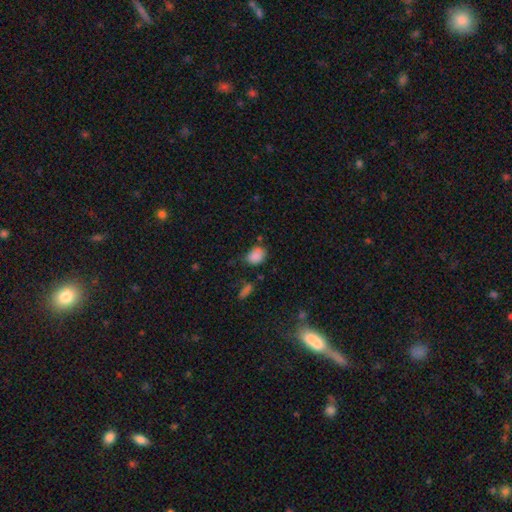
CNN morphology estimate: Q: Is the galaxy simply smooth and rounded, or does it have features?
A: smooth — 86%.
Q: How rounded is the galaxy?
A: in between — 69%.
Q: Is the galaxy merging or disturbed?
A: none — 68%.